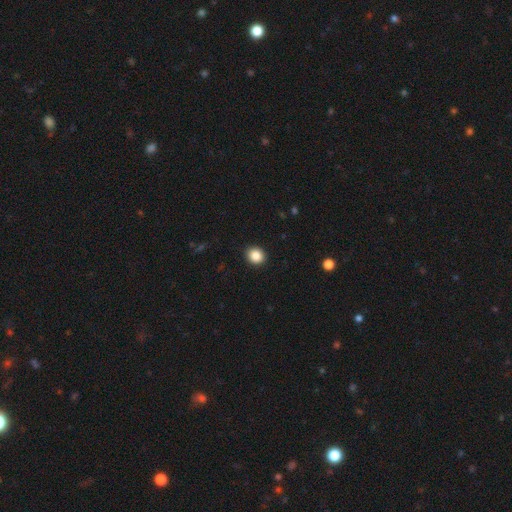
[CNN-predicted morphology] smooth_or_featured: smooth (p=0.87) [alt: star or artifact p=0.09]
how_rounded: round (p=0.74) [alt: in between p=0.25]
merging: none (p=0.92) [alt: minor disturbance p=0.06]